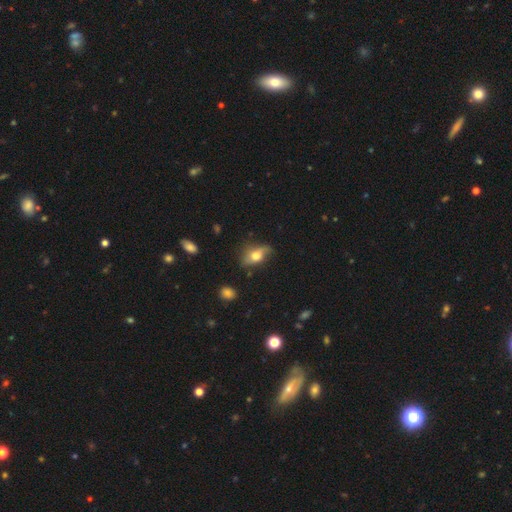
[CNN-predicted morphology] Q: Smooth or featured?
A: smooth (61%); runner-up: featured or disk (30%)
Q: How rounded?
A: in between (81%); runner-up: round (13%)
Q: Merging?
A: none (51%); runner-up: minor disturbance (32%)